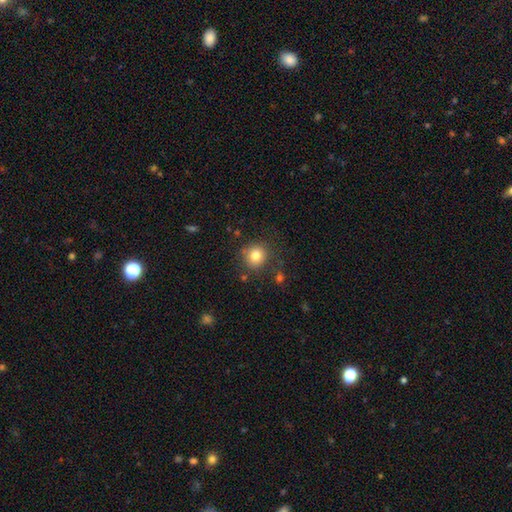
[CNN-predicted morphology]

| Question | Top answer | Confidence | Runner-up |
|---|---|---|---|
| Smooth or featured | smooth | 80% | star or artifact (12%) |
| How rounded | round | 88% | in between (11%) |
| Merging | none | 83% | minor disturbance (10%) |